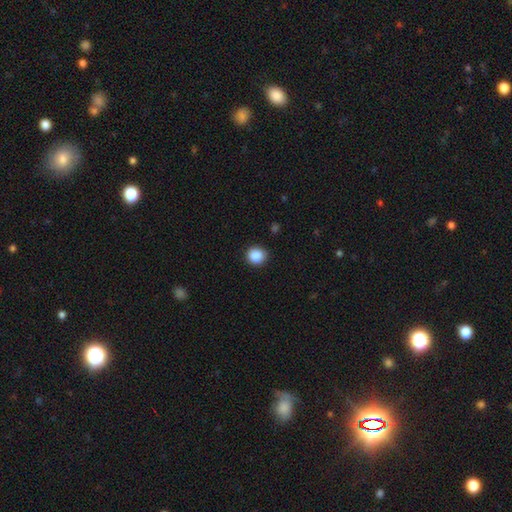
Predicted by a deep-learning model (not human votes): smooth-or-featured: smooth: 88% | star or artifact: 9% | featured or disk: 3%
  how-rounded: round: 87% | in between: 12% | cigar-shaped: 1%
  merging: none: 88% | minor disturbance: 9% | major disturbance: 2% | merger: 1%